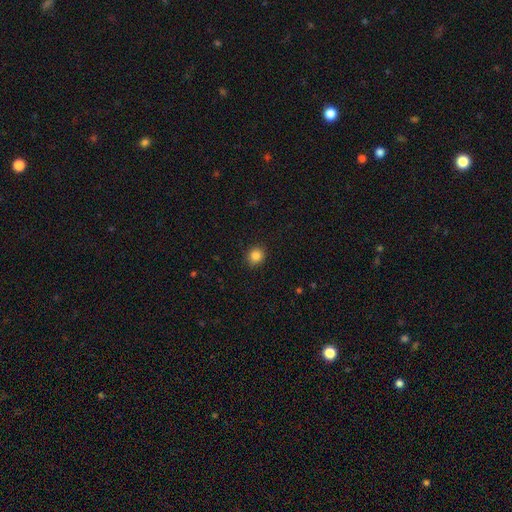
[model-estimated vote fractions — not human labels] Q: Smooth or featured?
A: smooth (85%); runner-up: star or artifact (10%)
Q: How rounded?
A: round (85%); runner-up: in between (14%)
Q: Merging?
A: none (90%); runner-up: minor disturbance (7%)